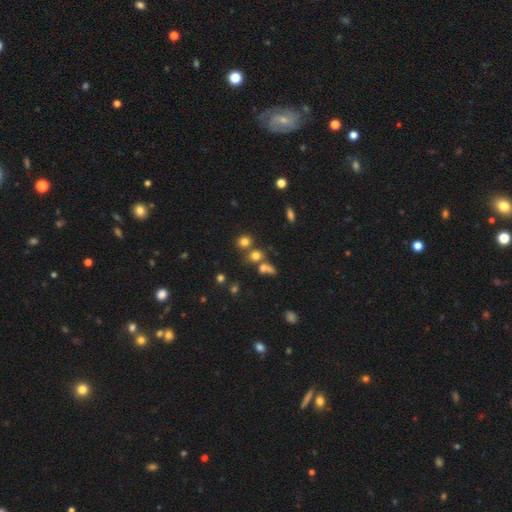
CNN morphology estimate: smooth 69%, star or artifact 20%, featured or disk 11%. Down the decision tree: how rounded — round (77%); merging — none (52%).